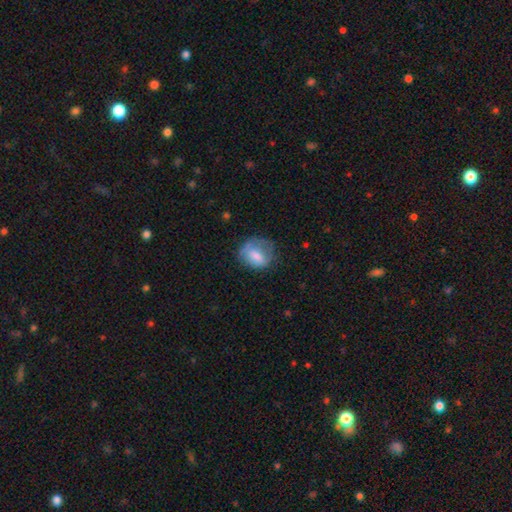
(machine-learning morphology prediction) Q: Smooth or featured?
A: smooth (69%); runner-up: featured or disk (23%)
Q: How rounded?
A: round (58%); runner-up: in between (41%)
Q: Merging?
A: none (49%); runner-up: minor disturbance (30%)